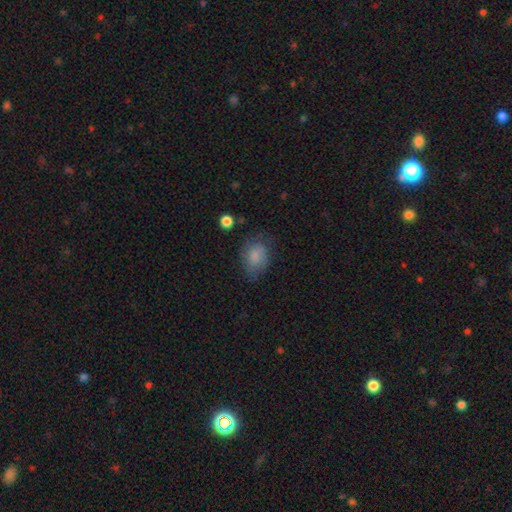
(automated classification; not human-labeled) This is likely a smooth galaxy (77%). How rounded: likely in between (73%). Merging: possibly none (60%).